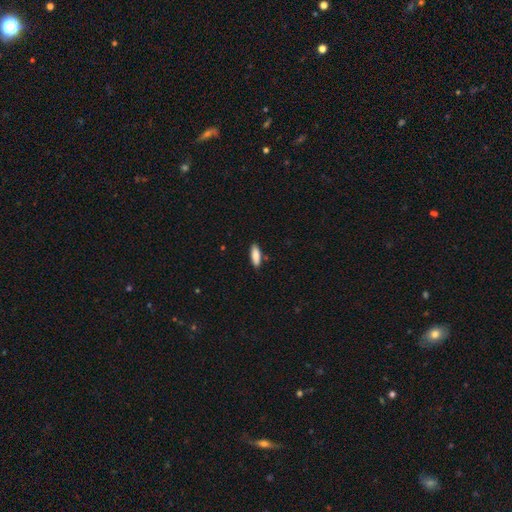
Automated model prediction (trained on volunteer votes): A smooth galaxy with no disk features (85%) that is in between round and cigar-shaped (63%). Merging: none (85%).